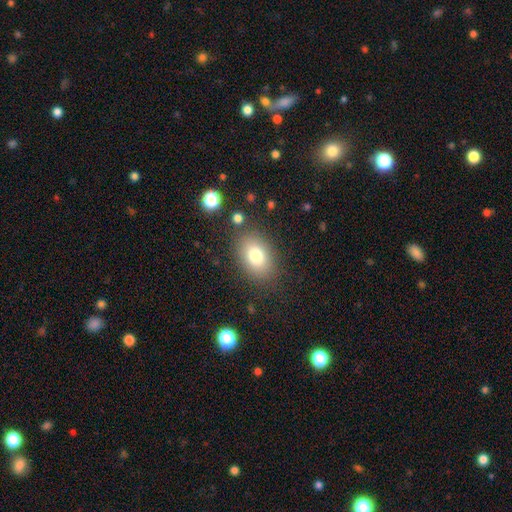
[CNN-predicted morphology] smooth-or-featured: smooth: 79% | featured or disk: 11% | star or artifact: 10%
  how-rounded: in between: 78% | round: 21% | cigar-shaped: 1%
  merging: none: 81% | minor disturbance: 11% | major disturbance: 4% | merger: 3%